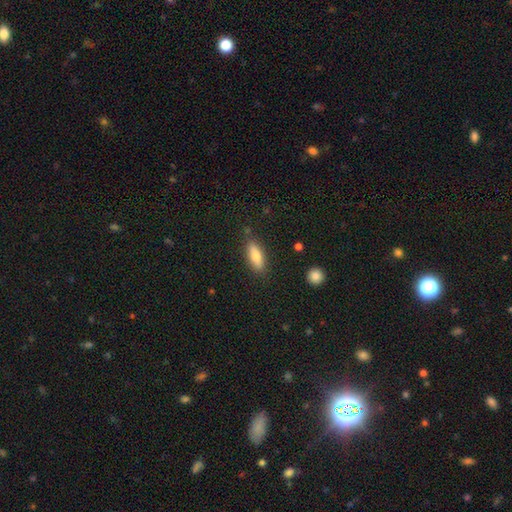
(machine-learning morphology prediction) Q: Smooth or featured?
A: smooth (77%); runner-up: featured or disk (16%)
Q: How rounded?
A: in between (63%); runner-up: cigar-shaped (35%)
Q: Merging?
A: none (83%); runner-up: minor disturbance (12%)